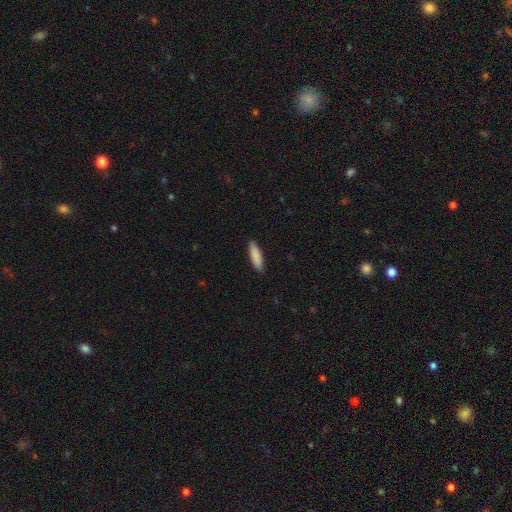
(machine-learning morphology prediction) smooth_or_featured: smooth (p=0.88) [alt: featured or disk p=0.06]
how_rounded: cigar-shaped (p=0.59) [alt: in between p=0.39]
merging: none (p=0.88) [alt: minor disturbance p=0.09]